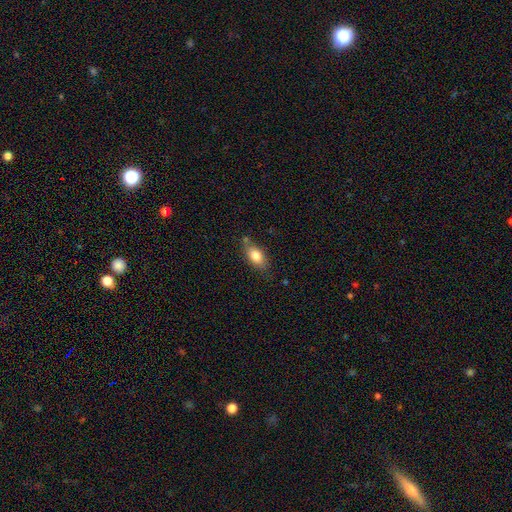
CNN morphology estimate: smooth 81%, featured or disk 12%, star or artifact 7%. Down the decision tree: how rounded — in between (87%); merging — none (70%).